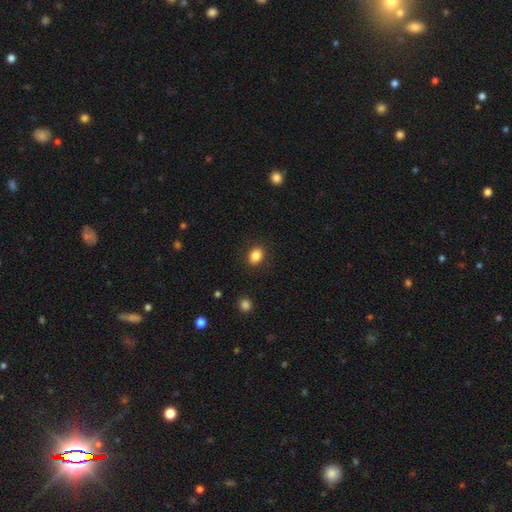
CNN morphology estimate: type=smooth (86%); roundness=in between (59%); merging=none (87%).